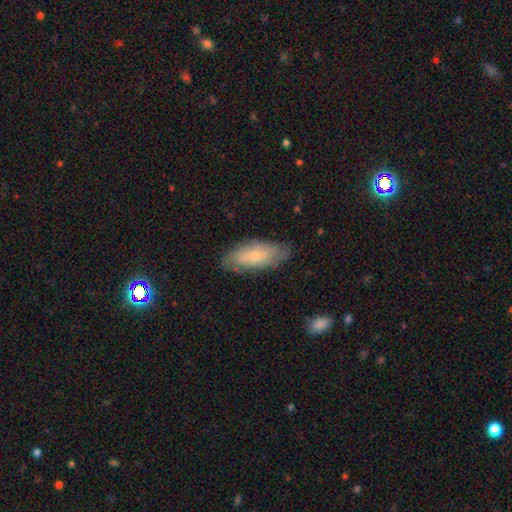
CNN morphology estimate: type=smooth (58%); roundness=in between (80%); merging=none (74%).